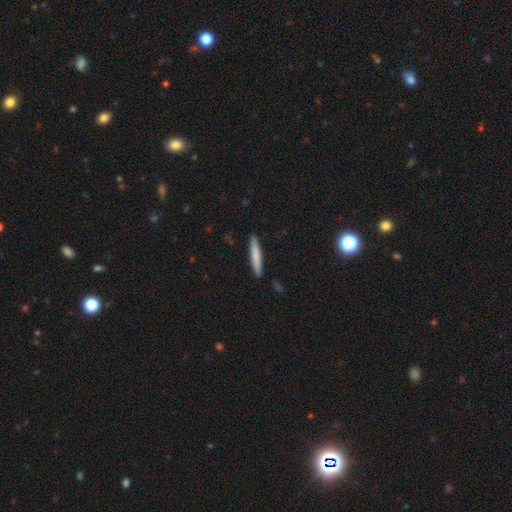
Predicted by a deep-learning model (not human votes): Q: Smooth or featured?
A: smooth (74%); runner-up: featured or disk (21%)
Q: How rounded?
A: cigar-shaped (94%); runner-up: in between (4%)
Q: Merging?
A: none (90%); runner-up: minor disturbance (7%)